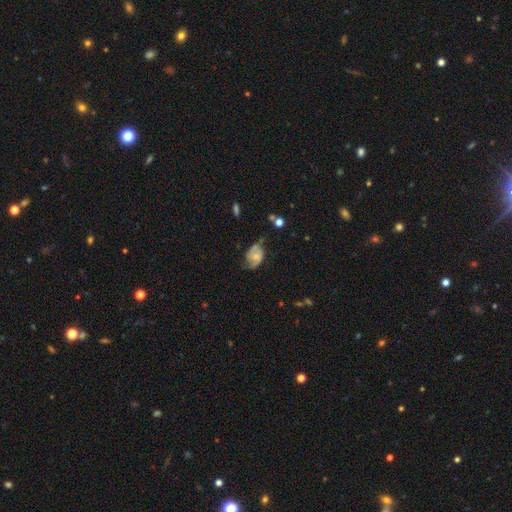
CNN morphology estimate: smooth_or_featured: featured or disk (p=0.59) [alt: smooth p=0.32]
disk_edge_on: no (p=0.97) [alt: yes p=0.03]
bar: no (p=0.69) [alt: weak p=0.26]
has_spiral_arms: yes (p=0.78) [alt: no p=0.22]
bulge_size: small (p=0.54) [alt: moderate p=0.36]
merging: none (p=0.45) [alt: minor disturbance p=0.32]